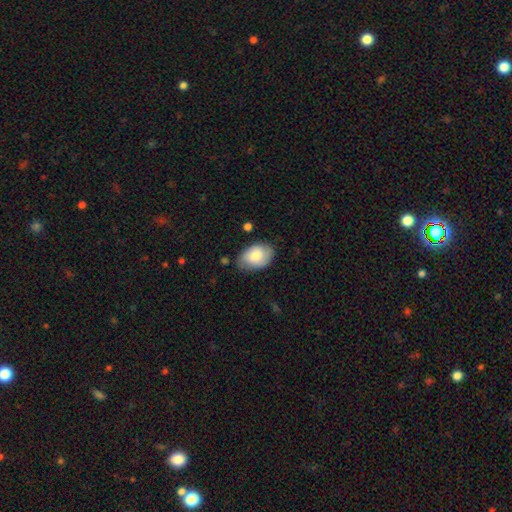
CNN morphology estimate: Smooth or featured?
  - smooth: 78% *
  - featured or disk: 16%
  - star or artifact: 6%
How rounded?
  - in between: 88% *
  - round: 11%
  - cigar-shaped: 1%
Merging?
  - none: 73% *
  - minor disturbance: 21%
  - major disturbance: 4%
  - merger: 2%